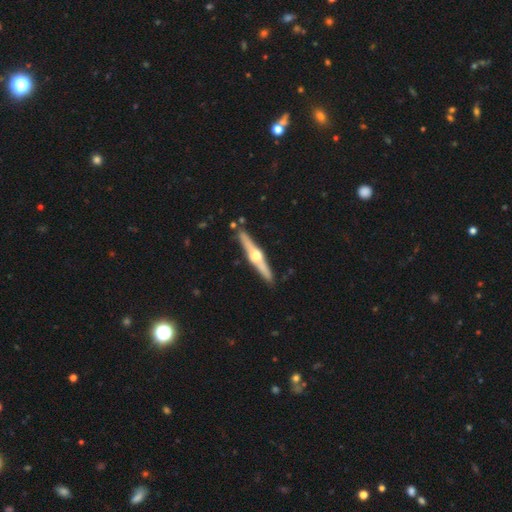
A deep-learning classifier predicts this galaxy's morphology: This is likely a featured or disk galaxy (77%). It is clearly viewed edge-on (98%). Edge-on bulge: clearly rounded (95%). Merging: clearly none (89%).